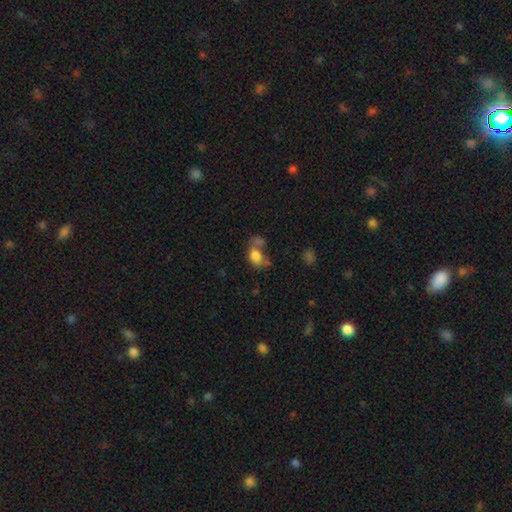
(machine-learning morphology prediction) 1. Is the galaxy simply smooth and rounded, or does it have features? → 74% smooth, 15% featured or disk, 11% star or artifact.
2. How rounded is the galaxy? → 71% in between, 27% round, 2% cigar-shaped.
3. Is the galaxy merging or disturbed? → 40% merger, 25% none, 19% major disturbance, 17% minor disturbance.